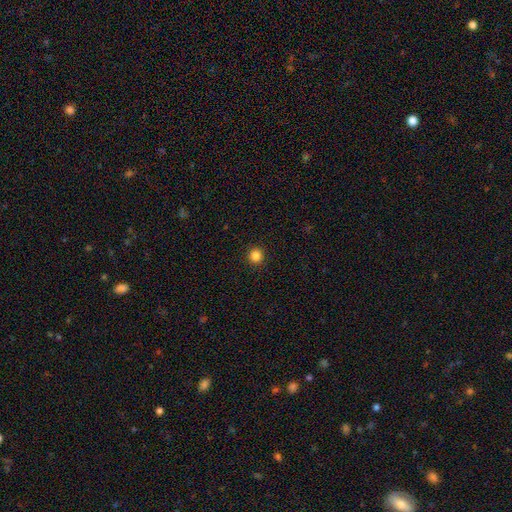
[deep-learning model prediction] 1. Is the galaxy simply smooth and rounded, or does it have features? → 85% smooth, 12% star or artifact, 3% featured or disk.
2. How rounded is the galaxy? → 95% round, 4% in between, 1% cigar-shaped.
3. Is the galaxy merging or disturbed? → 93% none, 4% minor disturbance, 2% major disturbance, 1% merger.